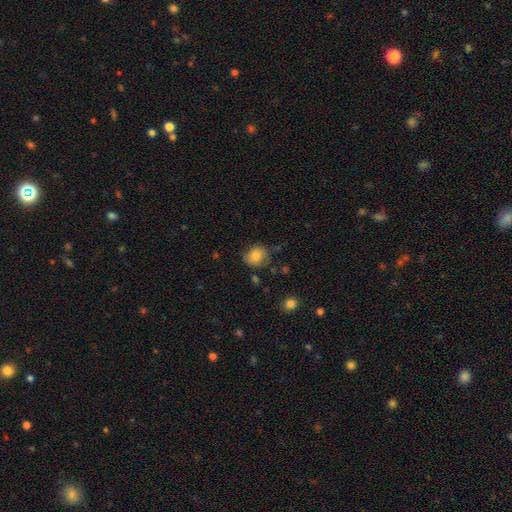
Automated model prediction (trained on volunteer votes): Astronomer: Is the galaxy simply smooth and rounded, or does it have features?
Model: smooth — 75%.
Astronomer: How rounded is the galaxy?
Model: round — 76%.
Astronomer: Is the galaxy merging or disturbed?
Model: none — 70%.